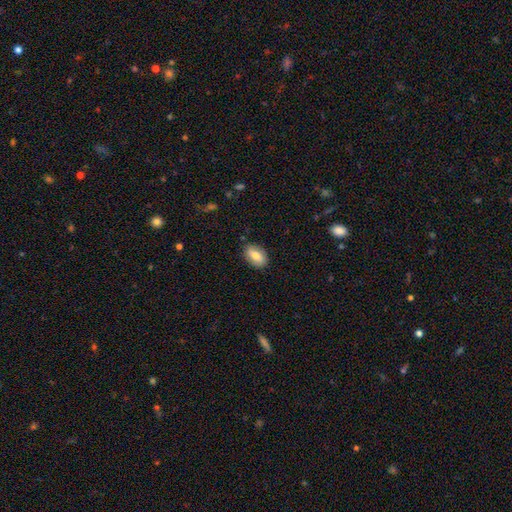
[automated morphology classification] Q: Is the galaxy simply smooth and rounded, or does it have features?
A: smooth — 73%.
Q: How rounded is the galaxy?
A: in between — 89%.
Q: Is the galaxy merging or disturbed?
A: none — 85%.